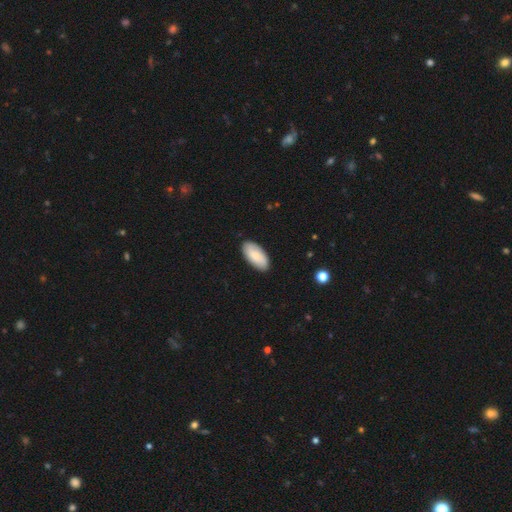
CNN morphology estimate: A smooth galaxy with no disk features (77%) that is in between round and cigar-shaped (93%).

Vote fractions:
- Smooth or featured? smooth: 77% / featured or disk: 18% / star or artifact: 5%
- How rounded? in between: 93% / cigar-shaped: 5% / round: 2%
- Merging? none: 88% / minor disturbance: 9% / major disturbance: 2% / merger: 1%